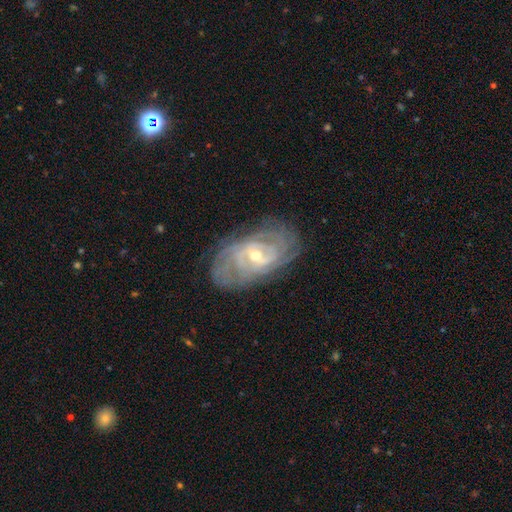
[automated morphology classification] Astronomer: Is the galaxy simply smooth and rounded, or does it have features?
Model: featured or disk — 87%.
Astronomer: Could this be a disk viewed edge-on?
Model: no — 95%.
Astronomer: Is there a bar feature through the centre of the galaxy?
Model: weak — 48% (runner-up: no, 29%).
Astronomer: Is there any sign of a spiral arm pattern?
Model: yes — 95%.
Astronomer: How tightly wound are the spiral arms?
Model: tight — 72%.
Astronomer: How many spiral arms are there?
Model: can't tell — 40% (runner-up: 2, 19%).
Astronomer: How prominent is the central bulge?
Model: small — 52% (runner-up: moderate, 45%).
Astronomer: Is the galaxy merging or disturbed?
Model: none — 76%.